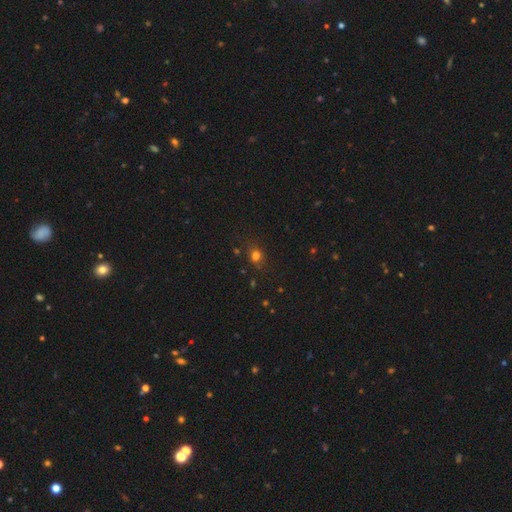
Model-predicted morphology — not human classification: Overall: smooth (69%). How rounded: round (57%; in between 41%). Merging: none (74%).